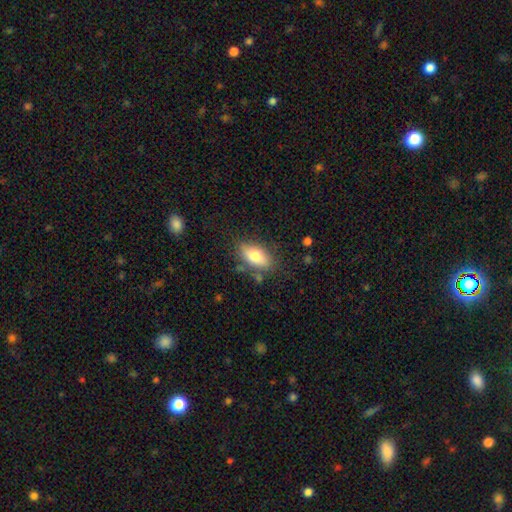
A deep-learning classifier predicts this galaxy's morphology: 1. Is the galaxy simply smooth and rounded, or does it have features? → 75% smooth, 18% featured or disk, 8% star or artifact.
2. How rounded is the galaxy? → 87% in between, 8% cigar-shaped, 6% round.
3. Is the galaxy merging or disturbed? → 75% none, 17% minor disturbance, 4% major disturbance, 4% merger.